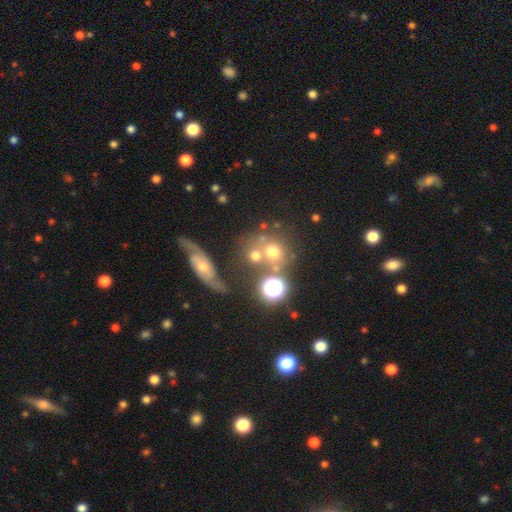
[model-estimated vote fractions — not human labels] smooth_or_featured: smooth (p=0.62) [alt: featured or disk p=0.20]
how_rounded: round (p=0.78) [alt: in between p=0.20]
merging: none (p=0.44) [alt: merger p=0.36]